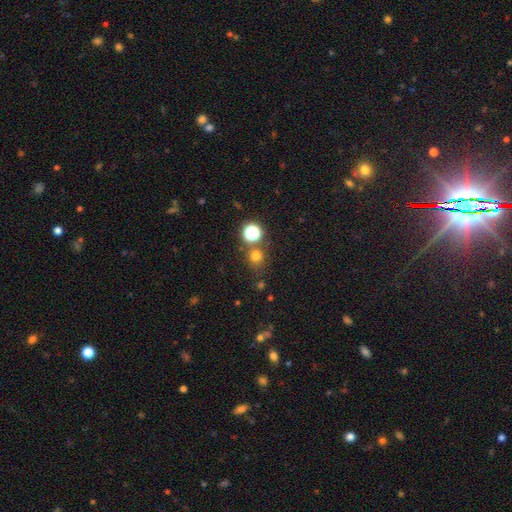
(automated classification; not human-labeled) smooth_or_featured: smooth (p=0.70) [alt: star or artifact p=0.24]
how_rounded: round (p=0.88) [alt: in between p=0.10]
merging: none (p=0.74) [alt: merger p=0.12]